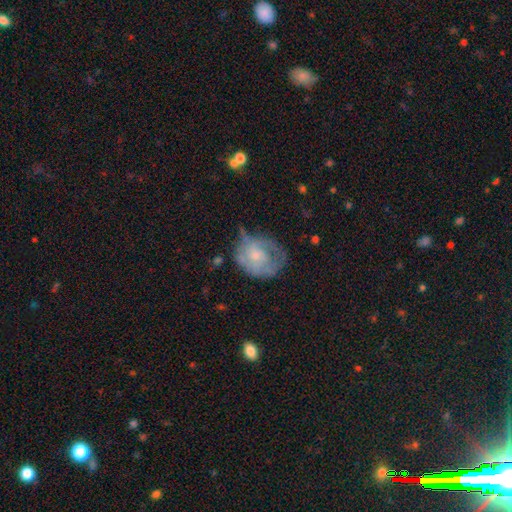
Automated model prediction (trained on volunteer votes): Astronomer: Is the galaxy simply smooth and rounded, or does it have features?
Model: featured or disk — 49% (runner-up: smooth, 44%).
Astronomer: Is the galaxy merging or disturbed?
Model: none — 40% (runner-up: minor disturbance, 33%).